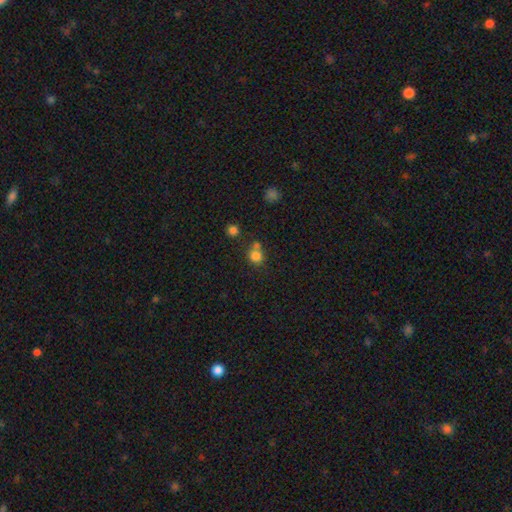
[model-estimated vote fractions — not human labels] Q: Smooth or featured?
A: smooth (80%); runner-up: star or artifact (13%)
Q: How rounded?
A: round (85%); runner-up: in between (14%)
Q: Merging?
A: none (56%); runner-up: merger (29%)